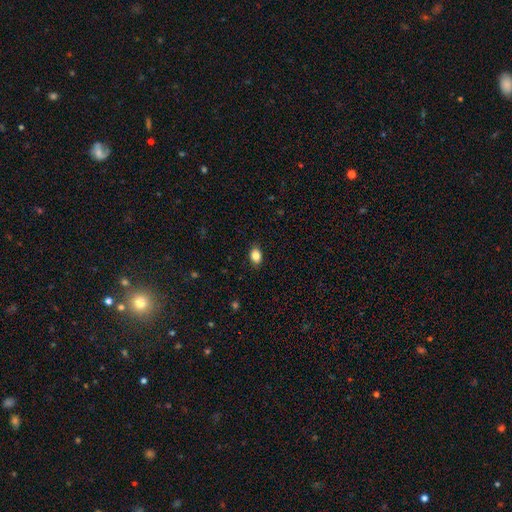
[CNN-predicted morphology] The model was most divided on "how rounded": in between: 81%, round: 17%, cigar-shaped: 1%. More confident: merging — none (88%); smooth or featured — smooth (85%).